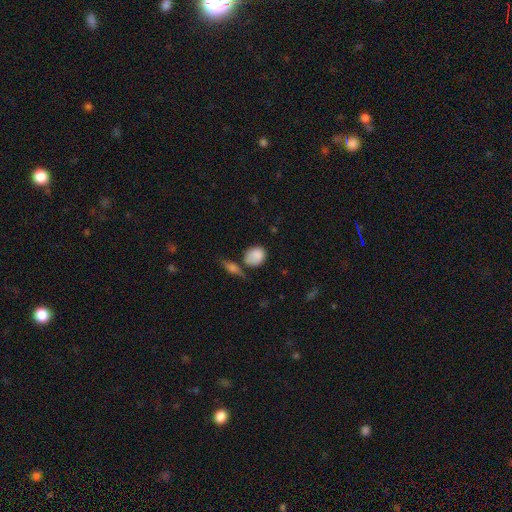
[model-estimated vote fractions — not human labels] A smooth galaxy with no disk features (85%) that is round (62%).

Vote fractions:
- Smooth or featured? smooth: 85% / star or artifact: 8% / featured or disk: 7%
- How rounded? round: 62% / in between: 36% / cigar-shaped: 2%
- Merging? none: 52% / minor disturbance: 21% / merger: 18% / major disturbance: 9%